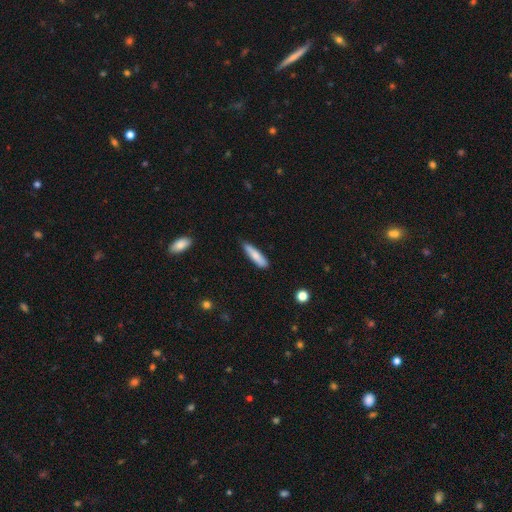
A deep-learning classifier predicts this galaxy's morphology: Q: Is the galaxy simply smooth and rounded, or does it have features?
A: smooth — 78%.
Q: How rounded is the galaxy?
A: cigar-shaped — 78%.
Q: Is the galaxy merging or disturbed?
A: none — 80%.